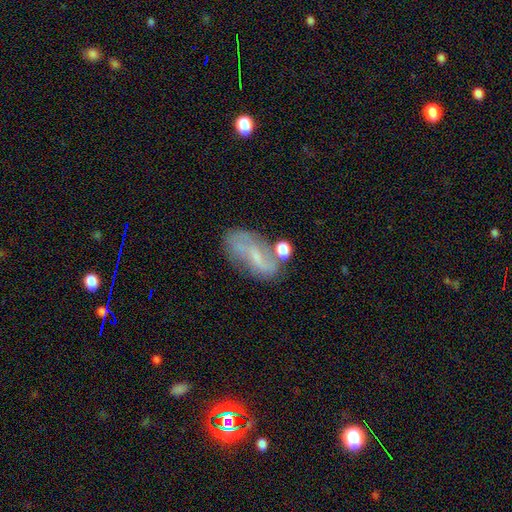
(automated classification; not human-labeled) Smooth or featured?
  - featured or disk: 54% *
  - smooth: 36%
  - star or artifact: 11%
Edge-on disk?
  - no: 90% *
  - yes: 10%
Merging?
  - none: 49% *
  - minor disturbance: 24%
  - major disturbance: 14%
  - merger: 13%